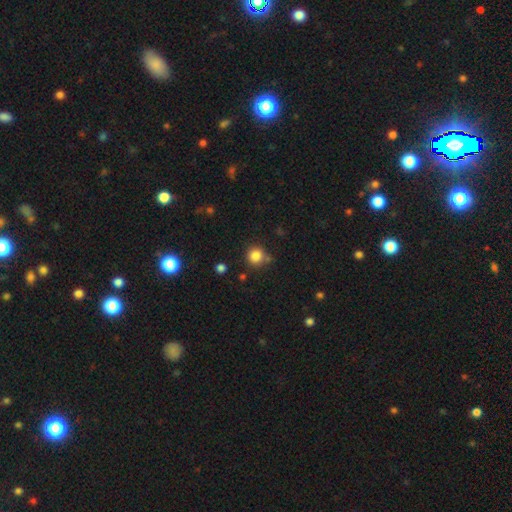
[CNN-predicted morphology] smooth-or-featured: smooth: 84% | star or artifact: 12% | featured or disk: 5%
  how-rounded: round: 91% | in between: 8% | cigar-shaped: 1%
  merging: none: 76% | minor disturbance: 13% | merger: 7% | major disturbance: 4%